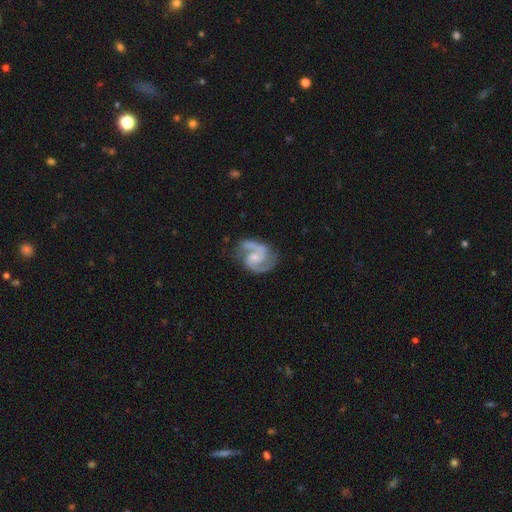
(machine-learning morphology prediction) Smooth or featured?
  - featured or disk: 91% *
  - smooth: 5%
  - star or artifact: 4%
Edge-on disk?
  - no: 98% *
  - yes: 2%
Bar?
  - no: 55% *
  - weak: 37%
  - strong: 8%
Spiral arms?
  - yes: 98% *
  - no: 2%
Spiral winding?
  - medium: 63% *
  - tight: 24%
  - loose: 14%
Spiral arm count?
  - 2: 92% *
  - 3: 2%
  - can't tell: 2%
  - 1: 2%
  - 4: 1%
  - more than 4: 1%
Bulge size?
  - small: 54% *
  - moderate: 30%
  - none: 12%
  - large: 2%
  - dominant: 1%
Merging?
  - none: 75% *
  - minor disturbance: 17%
  - major disturbance: 6%
  - merger: 2%